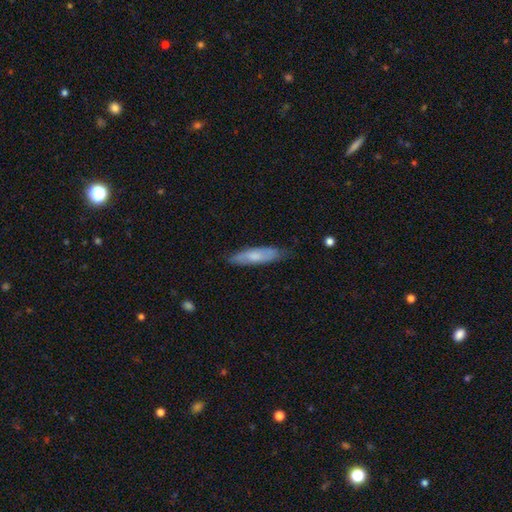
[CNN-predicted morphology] smooth 65%, featured or disk 29%, star or artifact 6%. Down the decision tree: how rounded — cigar-shaped (72%); merging — none (78%).